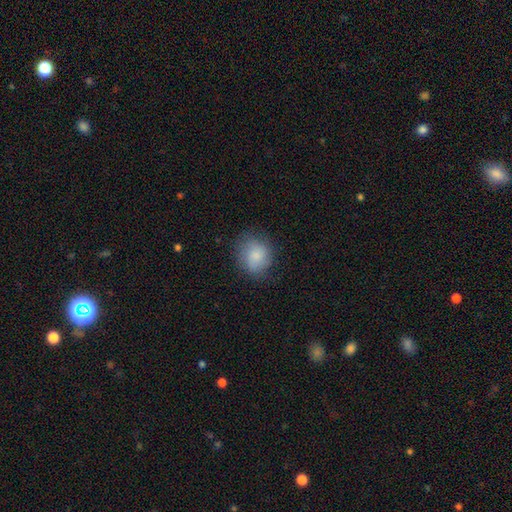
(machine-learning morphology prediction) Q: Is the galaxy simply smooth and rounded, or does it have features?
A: smooth — 81%.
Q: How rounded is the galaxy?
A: round — 80%.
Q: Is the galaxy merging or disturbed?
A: none — 74%.